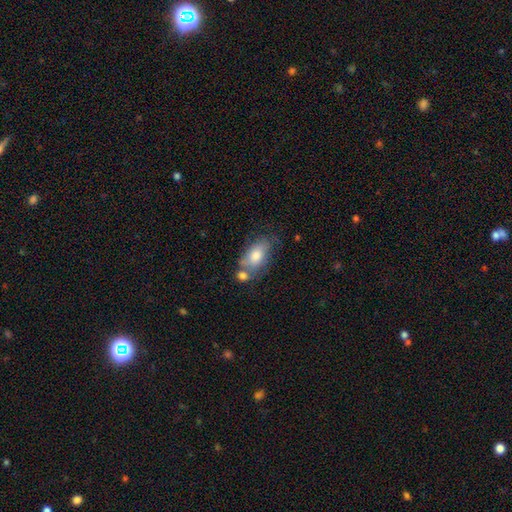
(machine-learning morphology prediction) Smooth or featured? smooth (72%)
How rounded? in between (89%)
Merging? none (47%)